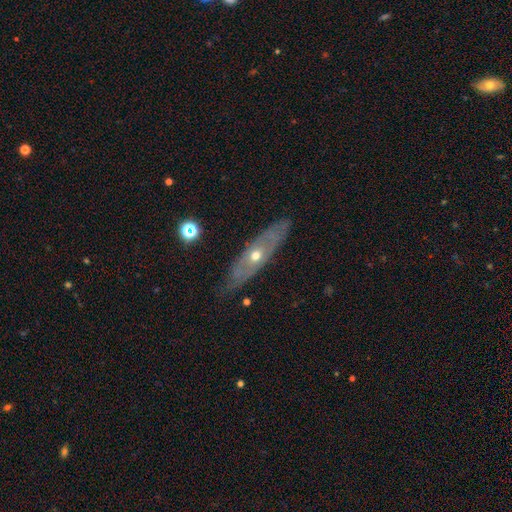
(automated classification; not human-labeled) Smooth or featured: featured or disk — 66% (smooth — 28%)
Edge-on disk: no — 59% (yes — 41%)
Merging: none — 79% (minor disturbance — 15%)